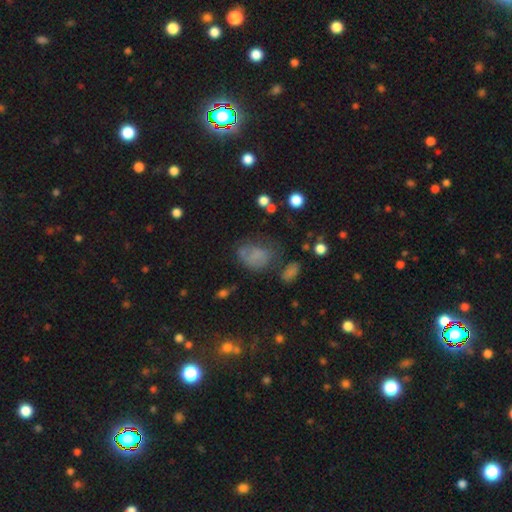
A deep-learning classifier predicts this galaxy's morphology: The model was most divided on "merging": none: 41%, minor disturbance: 28%, major disturbance: 24%, merger: 7%. More confident: how rounded — in between (66%); smooth or featured — smooth (58%).